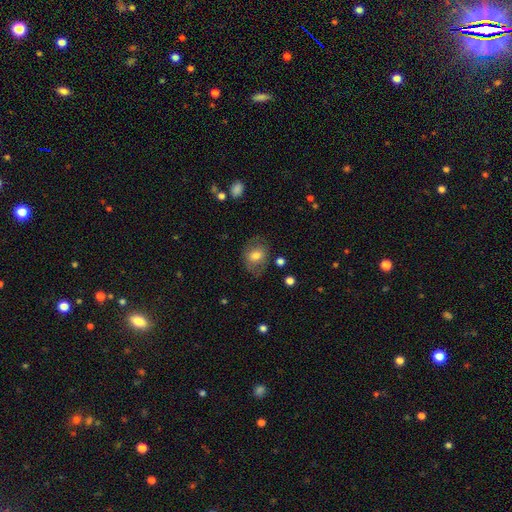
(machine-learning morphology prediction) Overall: smooth (66%). How rounded: in between (54%; round 45%). Merging: none (69%).